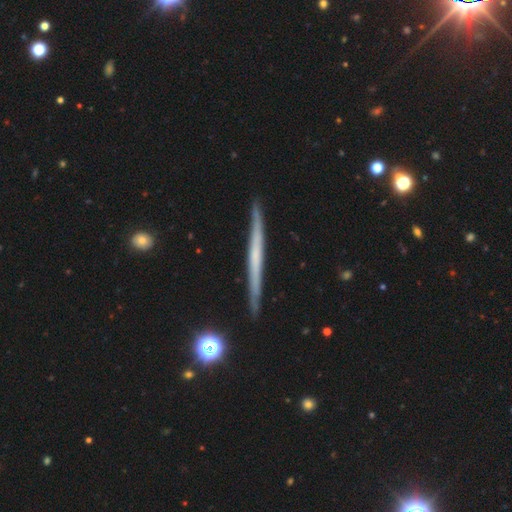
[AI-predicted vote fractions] Overall: featured or disk (63%; smooth 31%). Edge-on disk: yes (97%). Edge-on bulge: none (84%). Merging: none (90%).